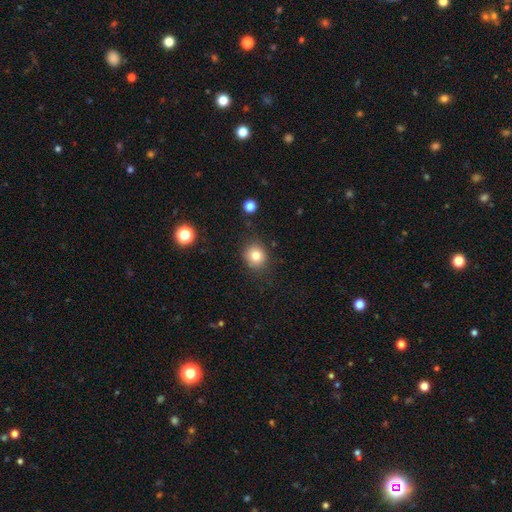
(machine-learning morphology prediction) The model was most divided on "how rounded": round: 83%, in between: 16%, cigar-shaped: 1%. More confident: merging — none (85%); smooth or featured — smooth (80%).